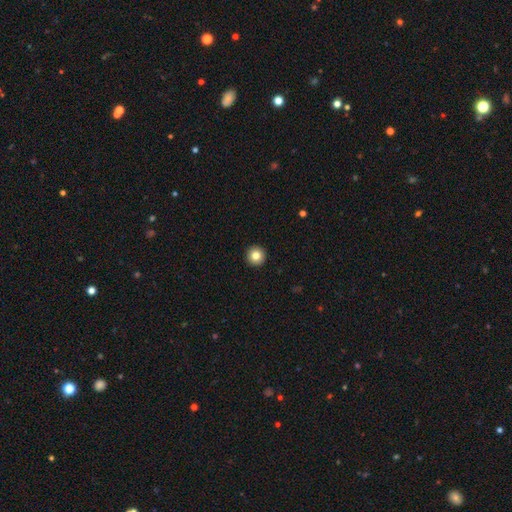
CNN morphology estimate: The model was most divided on "smooth or featured": smooth: 82%, star or artifact: 10%, featured or disk: 8%. More confident: how rounded — round (96%); merging — none (94%).